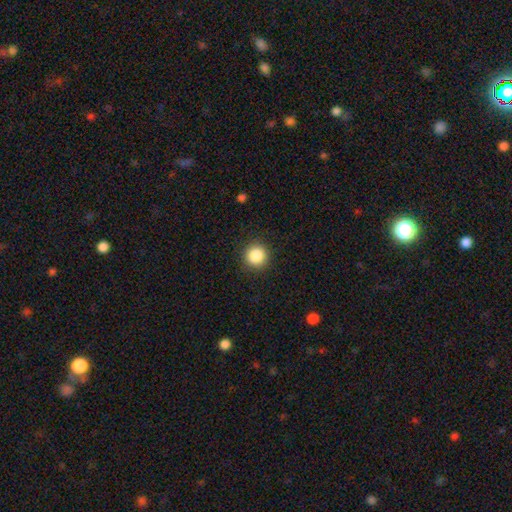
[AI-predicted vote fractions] Morphology: type=smooth (86%); roundness=round (95%); merging=none (91%).